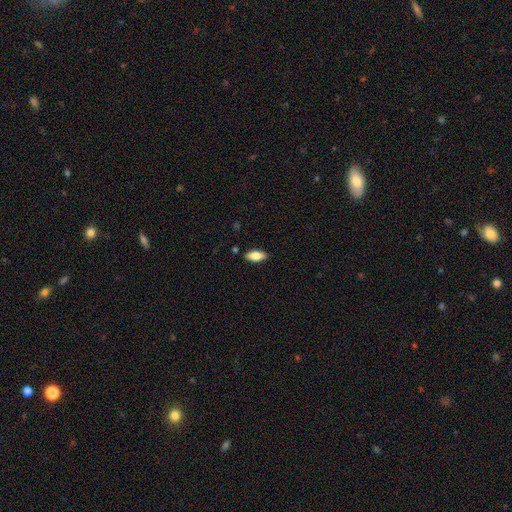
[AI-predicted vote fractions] Morphology: type=smooth (75%); roundness=in between (84%); merging=none (87%).